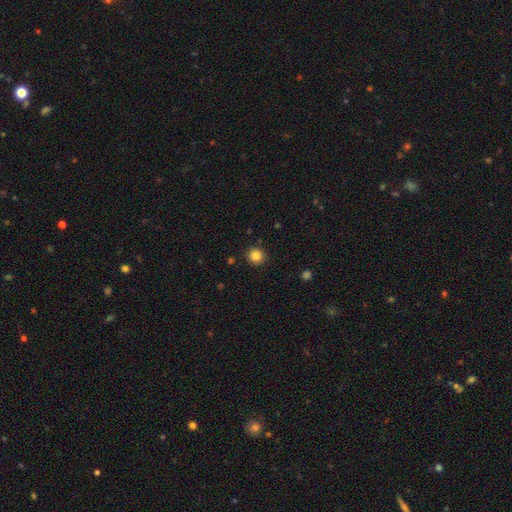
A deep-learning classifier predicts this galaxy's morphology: The model was most divided on "smooth or featured": smooth: 85%, star or artifact: 11%, featured or disk: 4%. More confident: how rounded — round (93%); merging — none (91%).